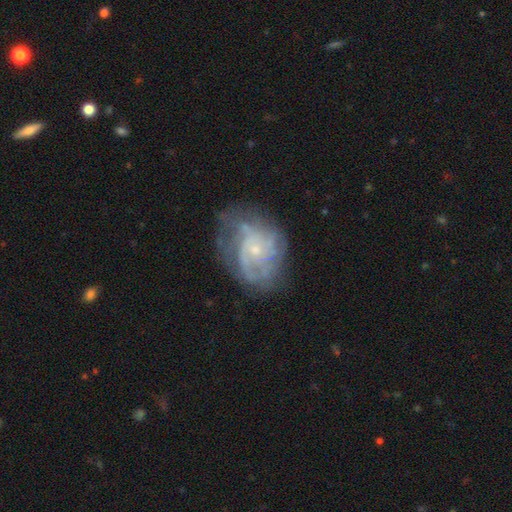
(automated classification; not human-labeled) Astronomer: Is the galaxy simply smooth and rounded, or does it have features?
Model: featured or disk — 70%.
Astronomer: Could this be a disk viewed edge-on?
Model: no — 97%.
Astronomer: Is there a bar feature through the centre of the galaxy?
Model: no — 71%.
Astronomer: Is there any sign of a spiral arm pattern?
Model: yes — 84%.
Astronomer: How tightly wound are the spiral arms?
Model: tight — 48% (runner-up: medium, 37%).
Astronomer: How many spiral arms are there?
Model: can't tell — 45% (runner-up: 2, 20%).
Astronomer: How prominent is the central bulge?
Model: small — 74%.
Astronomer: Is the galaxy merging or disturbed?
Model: none — 66%.